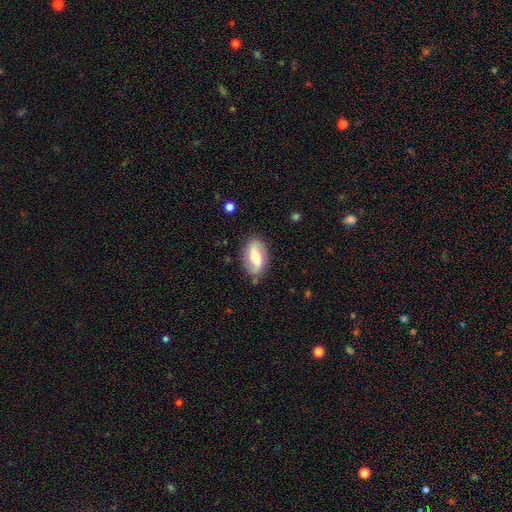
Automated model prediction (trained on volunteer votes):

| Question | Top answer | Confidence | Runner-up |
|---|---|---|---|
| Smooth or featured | smooth | 48% | featured or disk (45%) |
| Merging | none | 81% | minor disturbance (14%) |